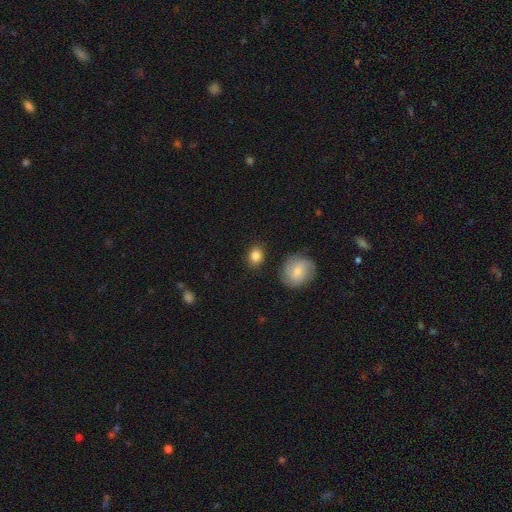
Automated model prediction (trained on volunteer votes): This appears to be a smooth galaxy with no disk features (85%) that is round (49%, tied with in between). Merging: none (84%).